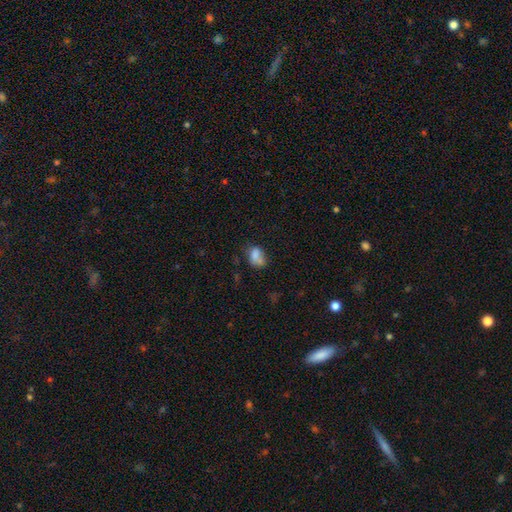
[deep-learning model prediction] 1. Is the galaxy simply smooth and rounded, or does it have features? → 76% smooth, 14% featured or disk, 11% star or artifact.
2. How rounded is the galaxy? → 76% in between, 22% round, 2% cigar-shaped.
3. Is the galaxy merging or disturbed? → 37% none, 28% minor disturbance, 21% merger, 14% major disturbance.